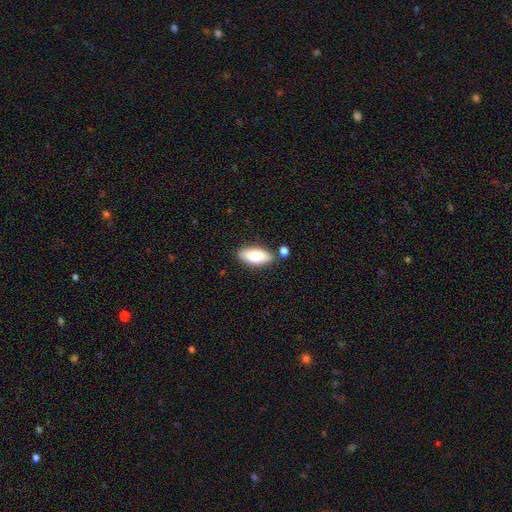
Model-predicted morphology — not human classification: Smooth or featured? Predicted: smooth (p=0.77). How rounded? Predicted: in between (p=0.84). Merging? Predicted: none (p=0.80).